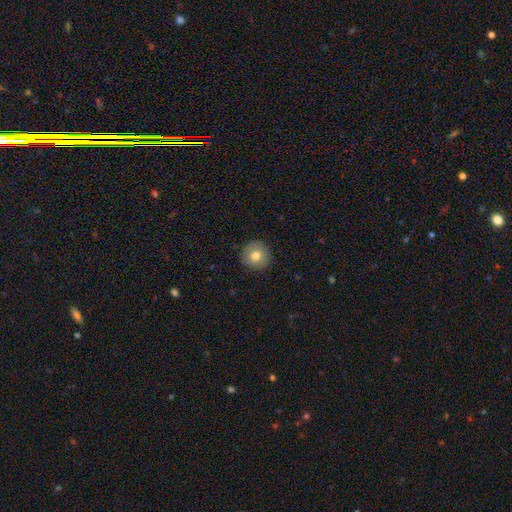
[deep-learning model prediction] This appears to be a smooth galaxy with no disk features (76%) that is round (94%). Merging: none (90%).